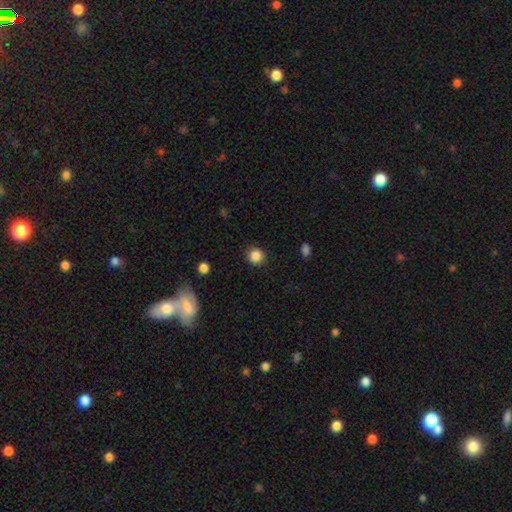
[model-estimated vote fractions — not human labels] smooth-or-featured: smooth: 86% | star or artifact: 10% | featured or disk: 3%
  how-rounded: round: 93% | in between: 6% | cigar-shaped: 1%
  merging: none: 90% | minor disturbance: 6% | major disturbance: 2% | merger: 1%